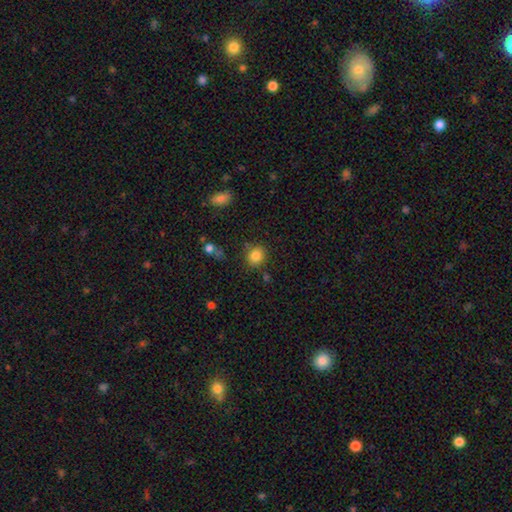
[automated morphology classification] A smooth galaxy with no disk features (84%) that is round (81%). Merging: none (81%).